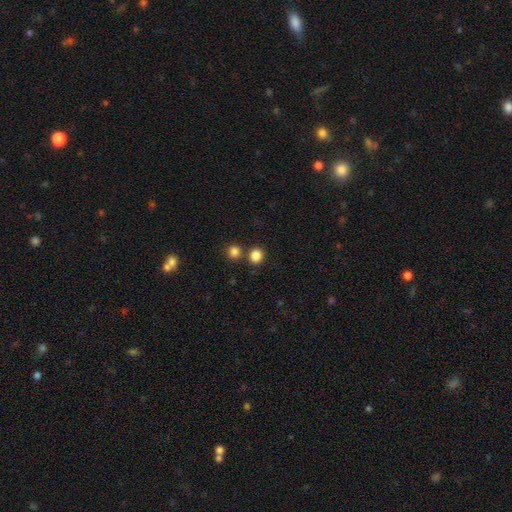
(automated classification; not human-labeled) Smooth or featured? smooth (85%)
How rounded? round (77%)
Merging? none (73%)